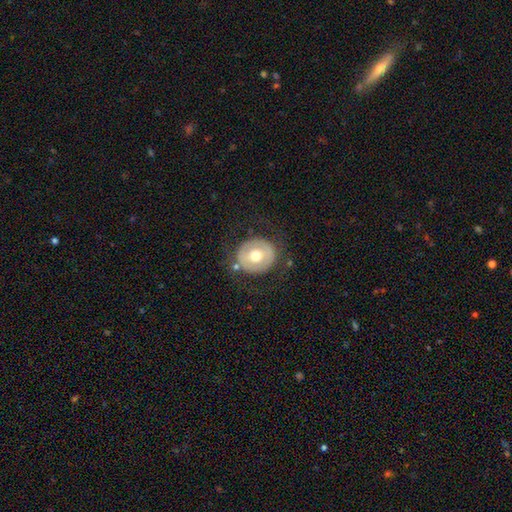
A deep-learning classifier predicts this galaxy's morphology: The model was most divided on "smooth or featured": smooth: 48%, featured or disk: 45%, star or artifact: 7%. More confident: merging — none (75%).